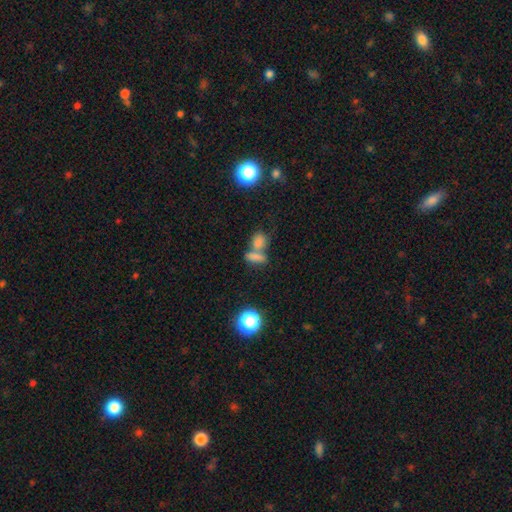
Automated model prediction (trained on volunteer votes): Overall: smooth (75%). How rounded: in between (65%). Merging: merger (56%; none 32%).